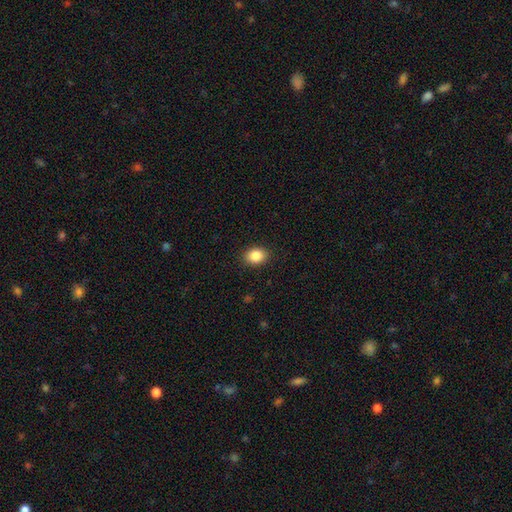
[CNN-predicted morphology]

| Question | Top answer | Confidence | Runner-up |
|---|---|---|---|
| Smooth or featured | smooth | 86% | star or artifact (9%) |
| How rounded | in between | 64% | round (36%) |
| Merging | none | 90% | minor disturbance (7%) |